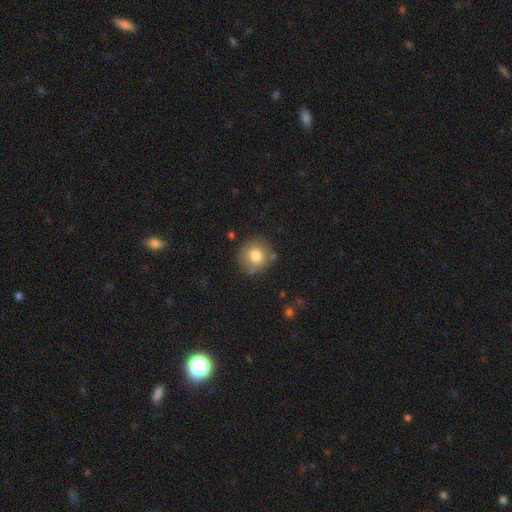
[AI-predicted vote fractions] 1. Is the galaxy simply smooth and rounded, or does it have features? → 78% smooth, 12% featured or disk, 10% star or artifact.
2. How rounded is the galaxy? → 91% round, 8% in between, 1% cigar-shaped.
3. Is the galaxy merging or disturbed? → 80% none, 13% minor disturbance, 4% merger, 3% major disturbance.